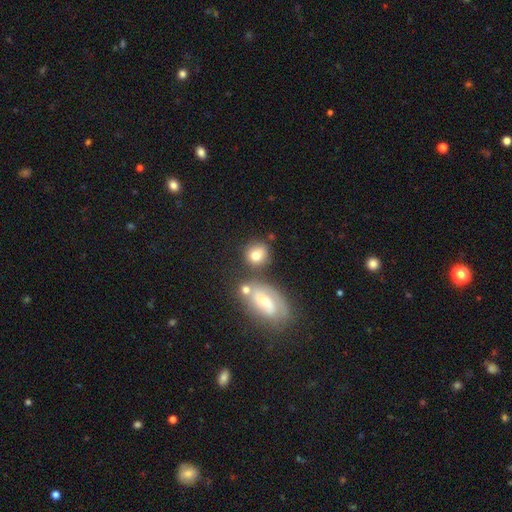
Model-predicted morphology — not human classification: A smooth galaxy with no disk features (73%) that is round (71%). Merging: none (59%).